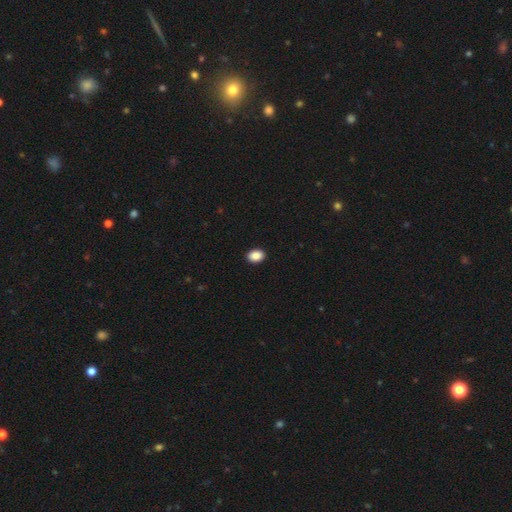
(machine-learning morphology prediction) Smooth or featured? Predicted: smooth (p=0.89). How rounded? Predicted: in between (p=0.72). Merging? Predicted: none (p=0.92).